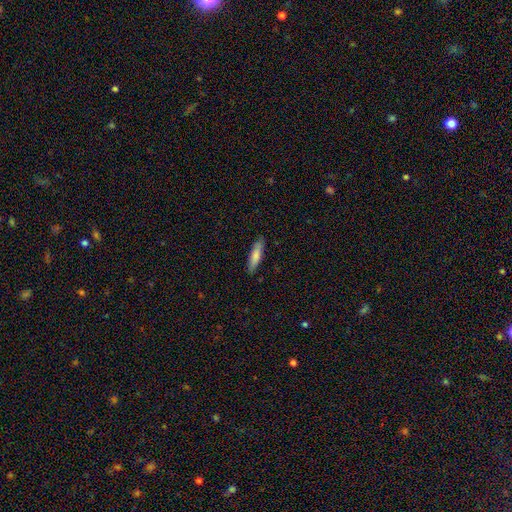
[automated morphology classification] Smooth or featured? smooth (77%)
How rounded? cigar-shaped (73%)
Merging? none (87%)